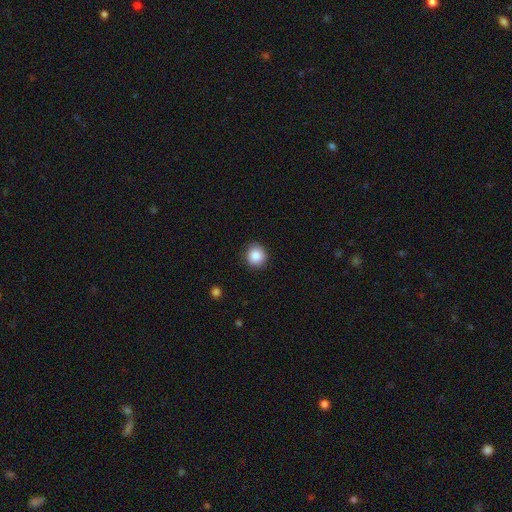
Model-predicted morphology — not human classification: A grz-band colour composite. It shows a smooth galaxy with no disk features (87%) that is round (89%). Merging: none (89%).